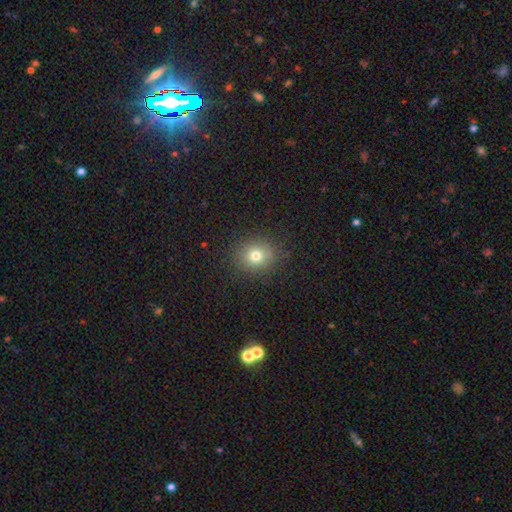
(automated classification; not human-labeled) Smooth or featured?
  - smooth: 75% *
  - star or artifact: 15%
  - featured or disk: 10%
How rounded?
  - round: 81% *
  - in between: 18%
  - cigar-shaped: 1%
Merging?
  - none: 87% *
  - minor disturbance: 9%
  - major disturbance: 3%
  - merger: 1%